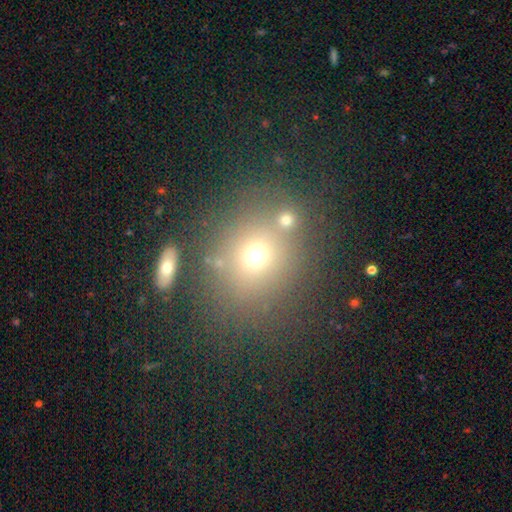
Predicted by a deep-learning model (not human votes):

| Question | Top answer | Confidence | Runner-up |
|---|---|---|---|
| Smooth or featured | smooth | 65% | star or artifact (22%) |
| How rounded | round | 75% | in between (24%) |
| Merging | none | 71% | merger (13%) |